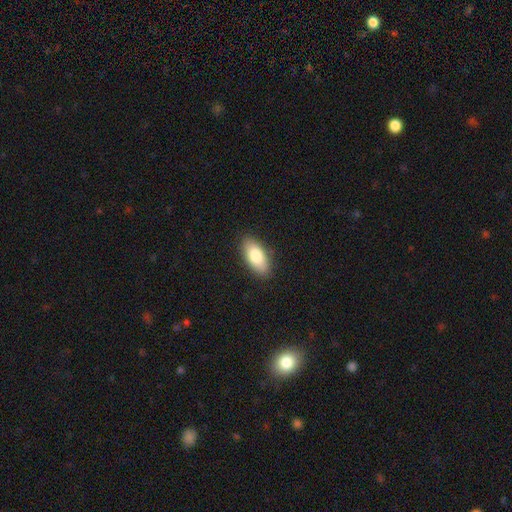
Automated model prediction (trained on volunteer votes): Smooth or featured?
  - smooth: 83% *
  - featured or disk: 11%
  - star or artifact: 6%
How rounded?
  - in between: 90% *
  - cigar-shaped: 8%
  - round: 2%
Merging?
  - none: 87% *
  - minor disturbance: 10%
  - major disturbance: 2%
  - merger: 1%